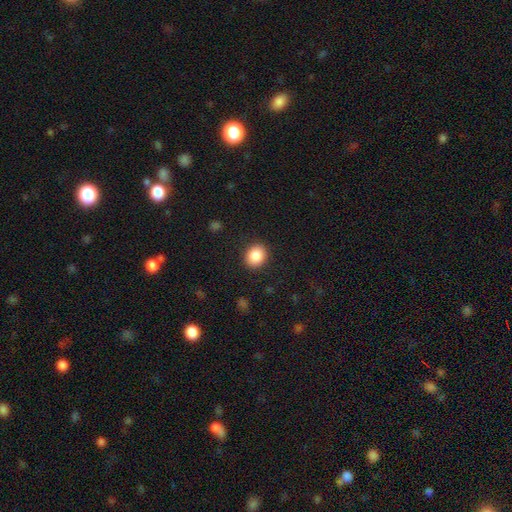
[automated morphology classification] A smooth galaxy with no disk features (87%) that is round (67%).

Vote fractions:
- Smooth or featured? smooth: 87% / star or artifact: 9% / featured or disk: 5%
- How rounded? round: 67% / in between: 32% / cigar-shaped: 1%
- Merging? none: 89% / minor disturbance: 7% / major disturbance: 2% / merger: 1%